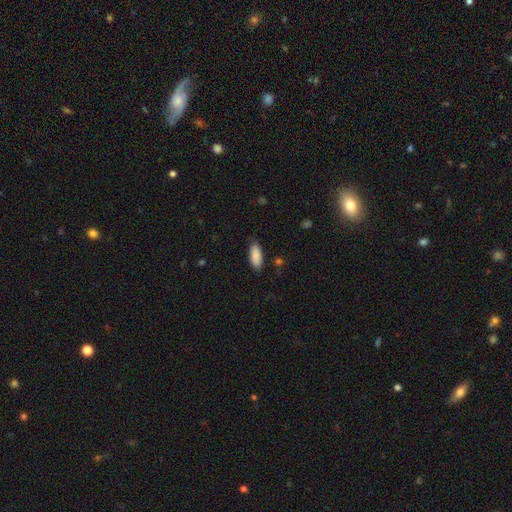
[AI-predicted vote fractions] The model was most divided on "how rounded": in between: 83%, cigar-shaped: 16%, round: 2%. More confident: smooth or featured — smooth (89%); merging — none (85%).